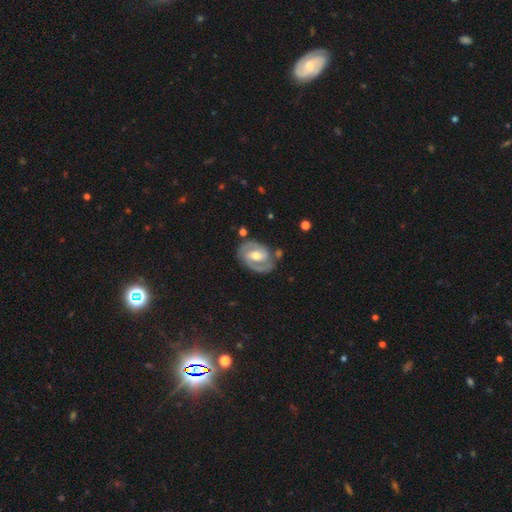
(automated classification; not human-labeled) A featured or disk galaxy (88%) with a weak bar (46%), 2 (90%) tight (49%) spiral arms (96%) and a moderate central bulge (73%). Merging: none (78%).